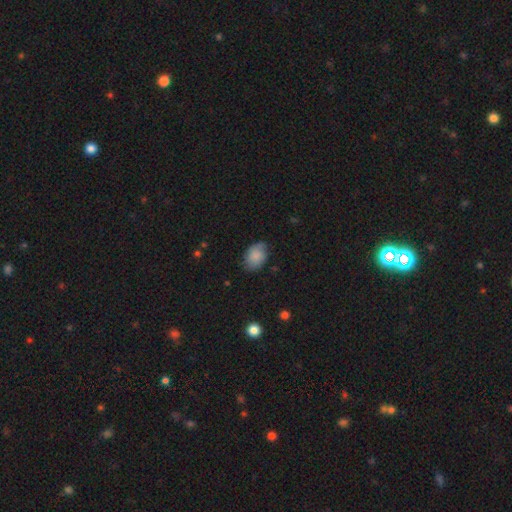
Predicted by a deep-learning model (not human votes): smooth_or_featured: smooth (p=0.80) [alt: featured or disk p=0.12]
how_rounded: in between (p=0.79) [alt: round p=0.20]
merging: none (p=0.66) [alt: minor disturbance p=0.27]